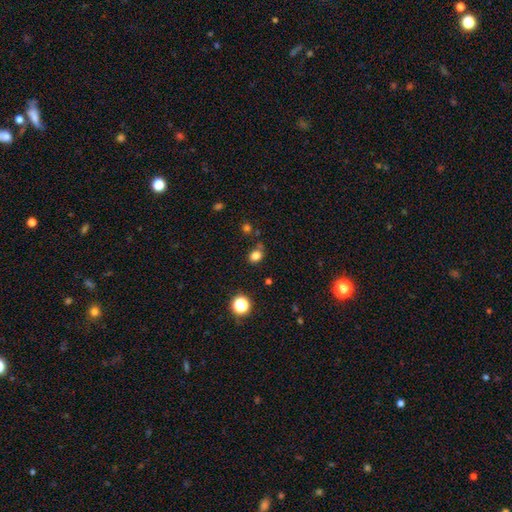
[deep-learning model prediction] A smooth galaxy with no disk features (80%) that is round (57%).

Vote fractions:
- Smooth or featured? smooth: 80% / star or artifact: 15% / featured or disk: 5%
- How rounded? round: 57% / in between: 42% / cigar-shaped: 1%
- Merging? none: 70% / minor disturbance: 18% / merger: 7% / major disturbance: 5%